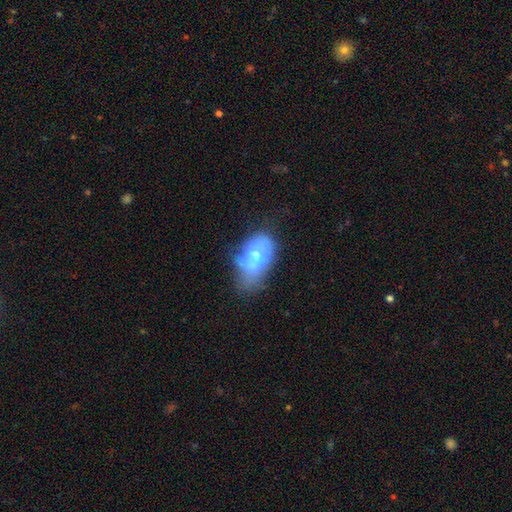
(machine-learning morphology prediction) The model was most divided on "merging": minor disturbance: 35%, none: 32%, major disturbance: 24%, merger: 10%. More confident: how rounded — in between (87%); smooth or featured — smooth (59%).